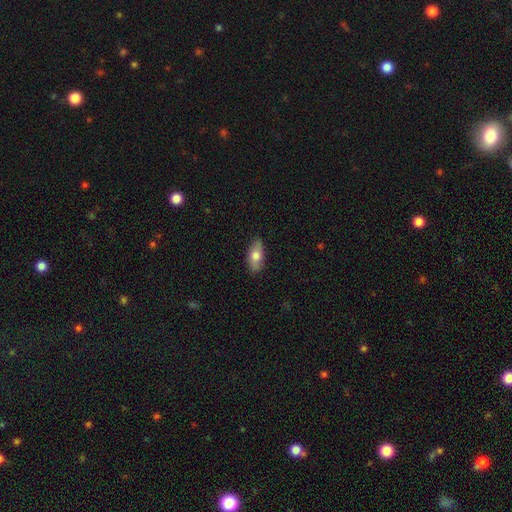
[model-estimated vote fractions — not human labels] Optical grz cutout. It shows a smooth galaxy with no disk features (73%) that is in between round and cigar-shaped (89%). Merging: none (84%).